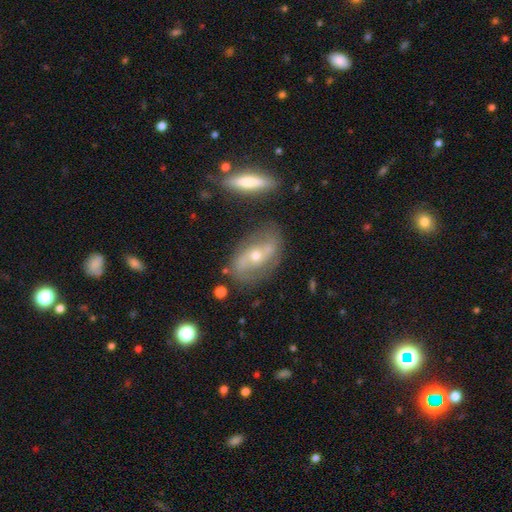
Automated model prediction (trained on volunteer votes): Q: Smooth or featured?
A: featured or disk (76%); runner-up: smooth (17%)
Q: Edge-on disk?
A: no (92%); runner-up: yes (8%)
Q: Bar?
A: no (48%); runner-up: weak (29%)
Q: Spiral arms?
A: yes (85%); runner-up: no (15%)
Q: Spiral winding?
A: loose (43%); runner-up: medium (37%)
Q: Spiral arm count?
A: 2 (85%); runner-up: can't tell (9%)
Q: Bulge size?
A: small (48%); tied with: moderate (48%)
Q: Merging?
A: none (71%); runner-up: minor disturbance (17%)